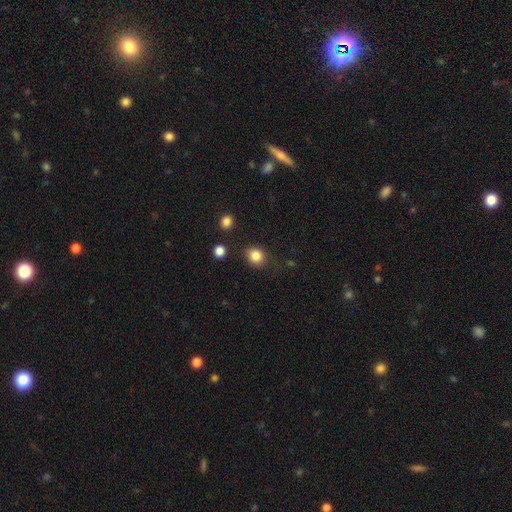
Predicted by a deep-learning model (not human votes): The model was most divided on "how rounded": round: 72%, in between: 27%, cigar-shaped: 1%. More confident: smooth or featured — smooth (84%); merging — none (75%).